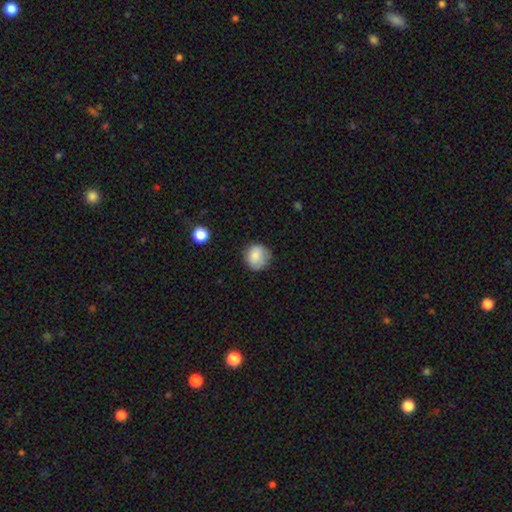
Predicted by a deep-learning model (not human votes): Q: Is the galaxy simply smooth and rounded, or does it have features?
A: smooth — 84%.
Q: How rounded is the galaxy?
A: round — 86%.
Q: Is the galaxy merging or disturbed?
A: none — 76%.